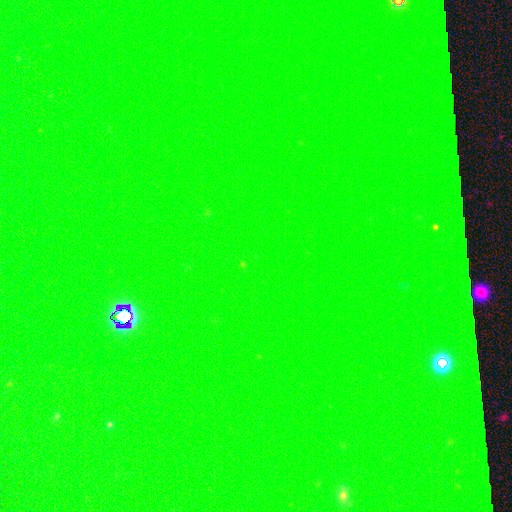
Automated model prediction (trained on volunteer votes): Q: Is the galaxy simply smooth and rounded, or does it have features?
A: star or artifact — 79%.